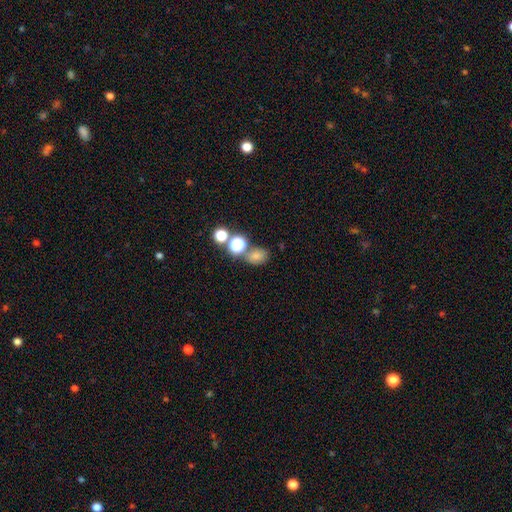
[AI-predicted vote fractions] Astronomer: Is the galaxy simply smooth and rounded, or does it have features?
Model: smooth — 71%.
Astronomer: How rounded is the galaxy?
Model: in between — 54% (runner-up: round, 45%).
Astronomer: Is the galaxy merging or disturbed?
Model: none — 61%.